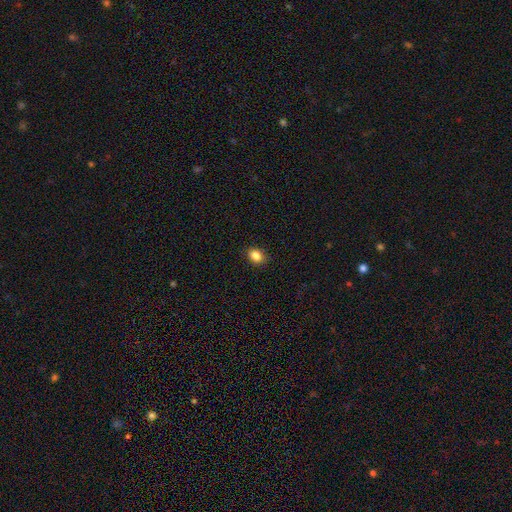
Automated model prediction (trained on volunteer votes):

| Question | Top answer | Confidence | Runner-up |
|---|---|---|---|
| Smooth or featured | smooth | 85% | star or artifact (10%) |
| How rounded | in between | 59% | round (40%) |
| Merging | none | 89% | minor disturbance (8%) |